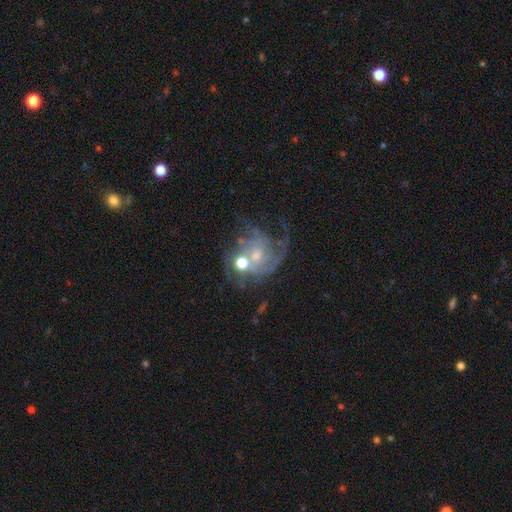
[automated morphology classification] A featured or disk galaxy (78%) with no bar (72%), medium (39%) spiral arms (88%) and a small central bulge (44%, tied with moderate). Merging: none (35%).